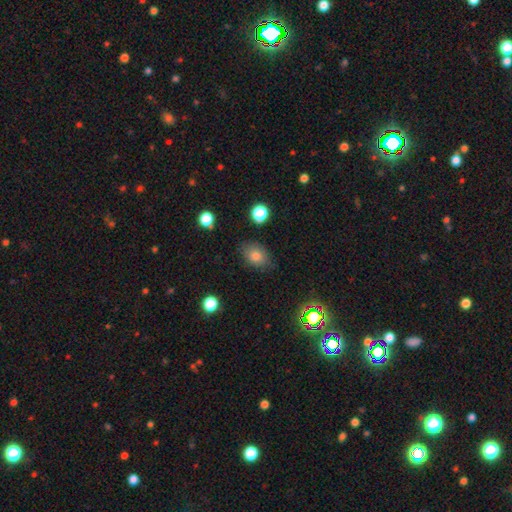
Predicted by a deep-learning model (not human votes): The model was most divided on "how rounded": in between: 72%, round: 27%, cigar-shaped: 1%. More confident: smooth or featured — smooth (79%); merging — none (78%).